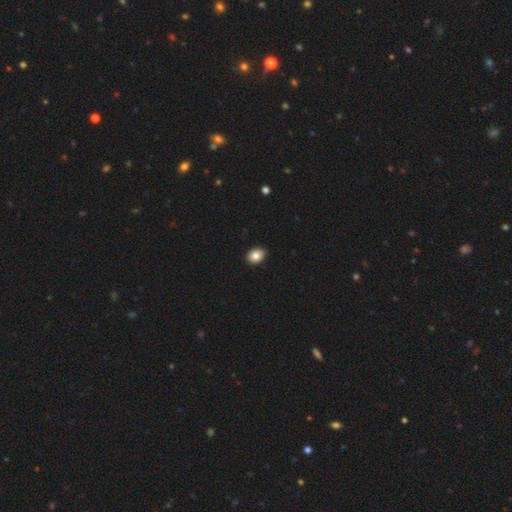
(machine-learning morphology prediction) The model was most divided on "how rounded": in between: 67%, round: 32%, cigar-shaped: 1%. More confident: merging — none (91%); smooth or featured — smooth (86%).